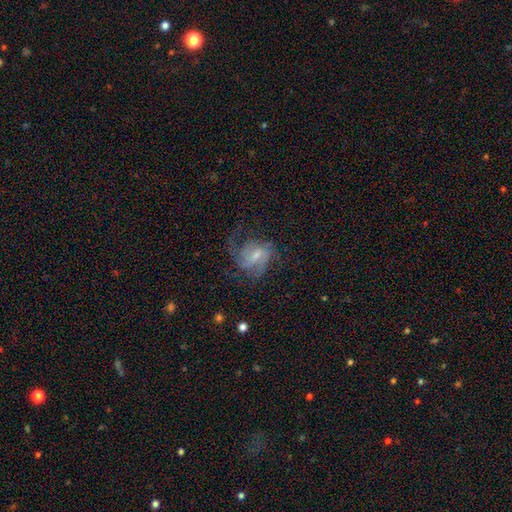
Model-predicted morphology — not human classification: A featured or disk galaxy (77%) with a weak bar (56%), 2 (36%) medium (46%) spiral arms (91%) and a small central bulge (48%). Merging: none (49%).